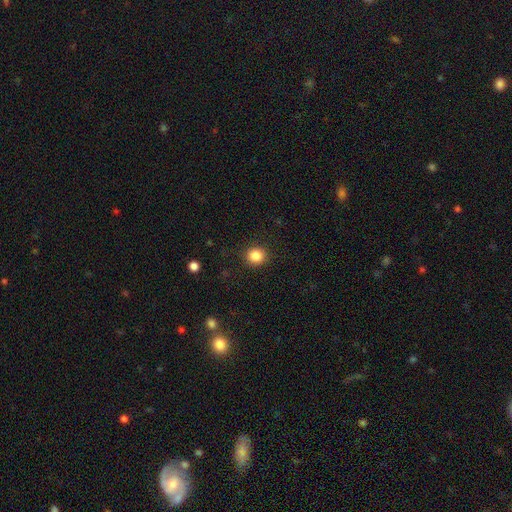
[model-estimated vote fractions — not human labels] The model was most divided on "smooth or featured": smooth: 86%, star or artifact: 10%, featured or disk: 4%. More confident: merging — none (90%); how rounded — round (88%).